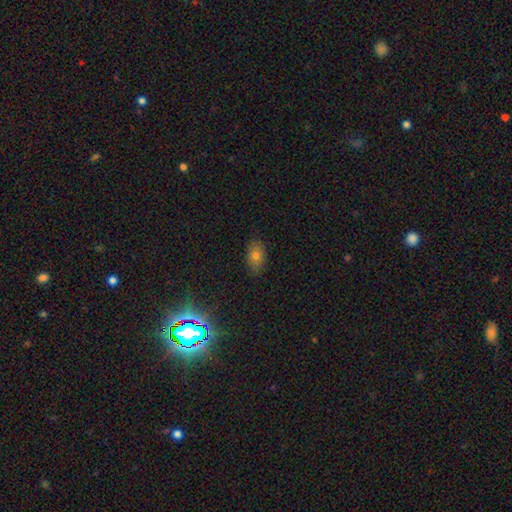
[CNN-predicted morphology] Q: Smooth or featured?
A: smooth (70%); runner-up: star or artifact (16%)
Q: How rounded?
A: in between (85%); runner-up: round (13%)
Q: Merging?
A: none (85%); runner-up: minor disturbance (11%)